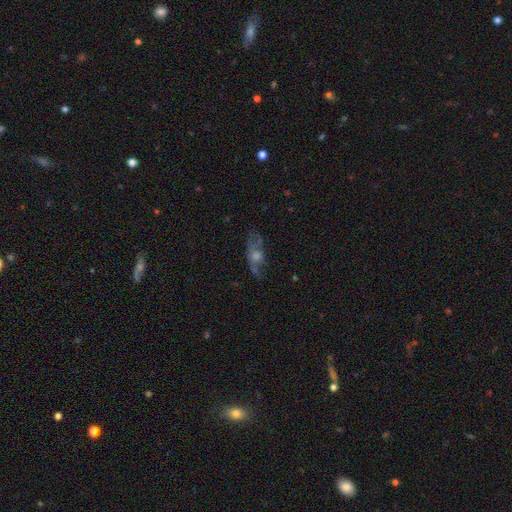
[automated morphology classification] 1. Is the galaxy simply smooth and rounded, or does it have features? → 56% featured or disk, 28% smooth, 16% star or artifact.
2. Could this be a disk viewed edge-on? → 72% no, 28% yes.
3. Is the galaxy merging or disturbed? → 62% none, 21% minor disturbance, 14% major disturbance, 3% merger.